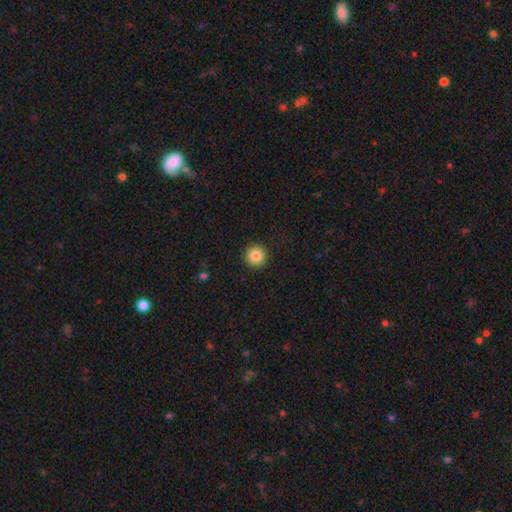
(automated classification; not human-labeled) This appears to be a smooth galaxy with no disk features (85%) that is round (96%). Merging: none (93%).